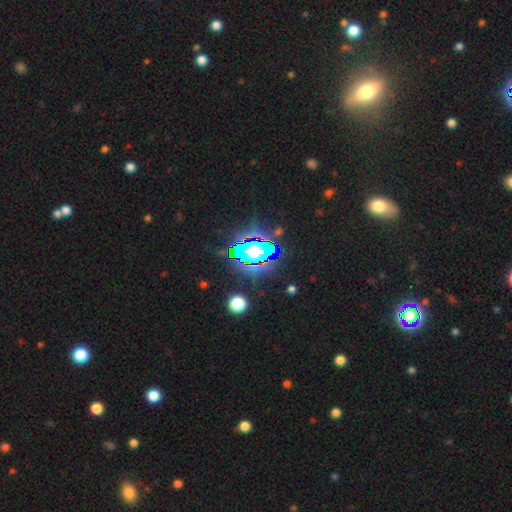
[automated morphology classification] smooth_or_featured: star or artifact (p=0.79) [alt: smooth p=0.11]